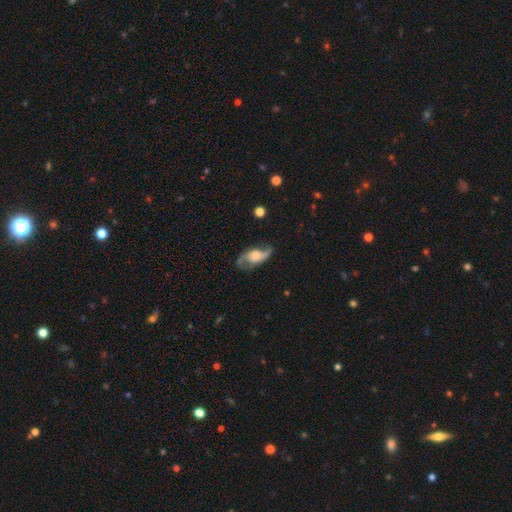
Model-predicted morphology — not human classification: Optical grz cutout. It shows a featured or disk galaxy (70%) with no bar (65%), 2 (84%) loose (59%) spiral arms (88%) and a moderate central bulge (46%). Merging: none (58%).